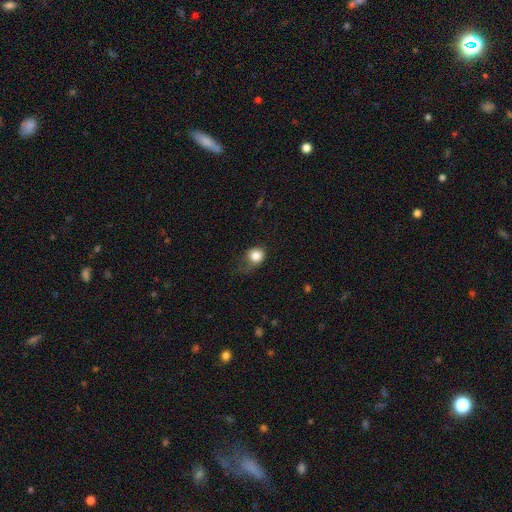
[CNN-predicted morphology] Smooth or featured? smooth (83%)
How rounded? round (71%)
Merging? none (36%)